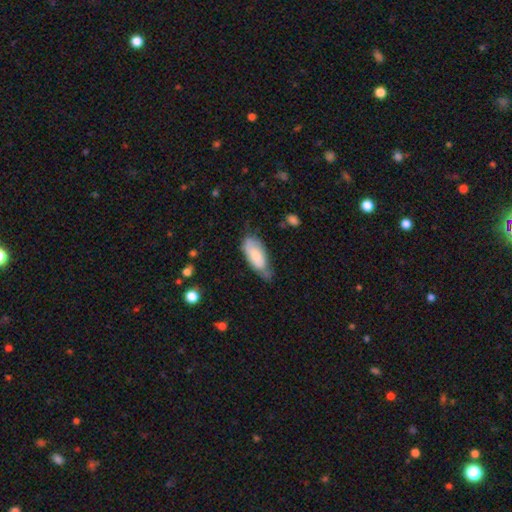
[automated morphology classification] smooth 71%, featured or disk 23%, star or artifact 6%. Down the decision tree: how rounded — in between (84%); merging — none (43%).